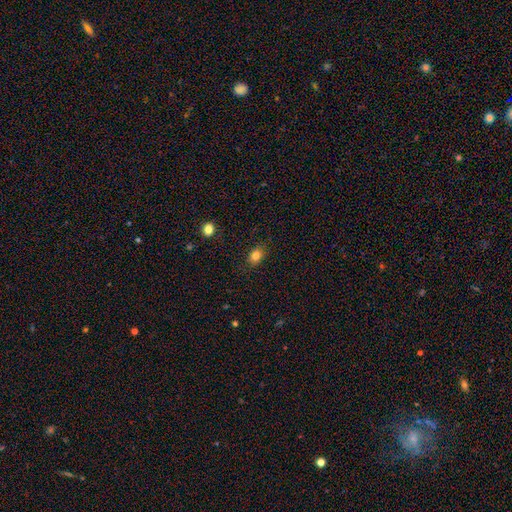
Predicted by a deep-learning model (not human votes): Smooth or featured?
  - smooth: 82% *
  - star or artifact: 11%
  - featured or disk: 7%
How rounded?
  - in between: 64% *
  - round: 34%
  - cigar-shaped: 1%
Merging?
  - none: 86% *
  - minor disturbance: 11%
  - major disturbance: 2%
  - merger: 1%